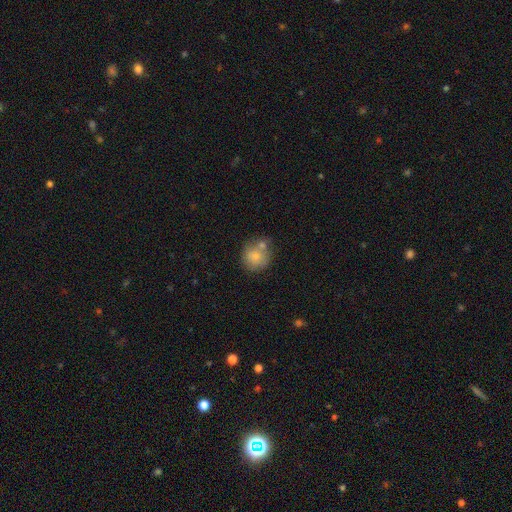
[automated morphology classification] A smooth galaxy with no disk features (78%) that is round (85%).

Vote fractions:
- Smooth or featured? smooth: 78% / featured or disk: 14% / star or artifact: 8%
- How rounded? round: 85% / in between: 14% / cigar-shaped: 1%
- Merging? none: 46% / merger: 35% / minor disturbance: 14% / major disturbance: 5%